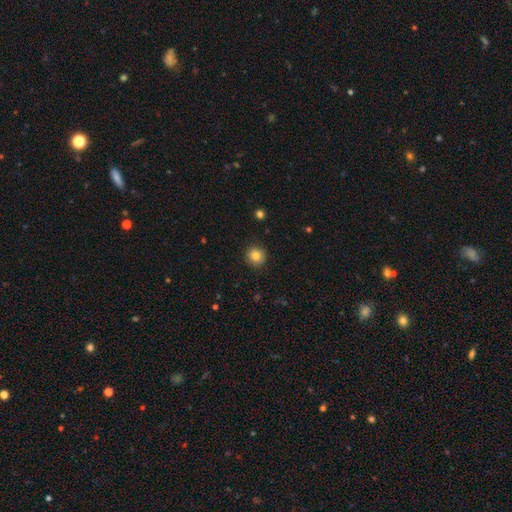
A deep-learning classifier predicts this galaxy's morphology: This is clearly a smooth galaxy (83%). How rounded: clearly round (94%). Merging: clearly none (90%).